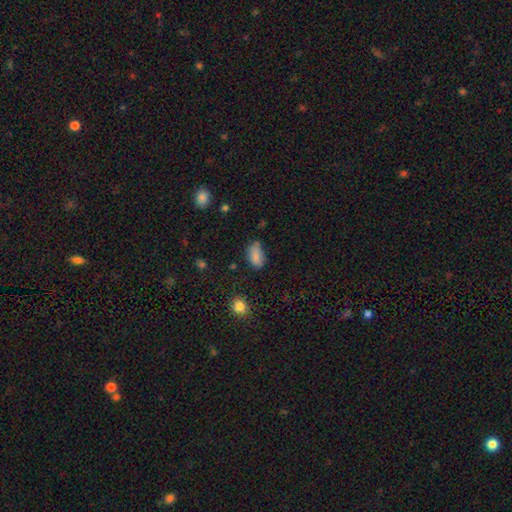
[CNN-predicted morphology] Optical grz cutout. It shows a smooth galaxy with no disk features (83%) that is in between round and cigar-shaped (92%). Merging: none (53%).